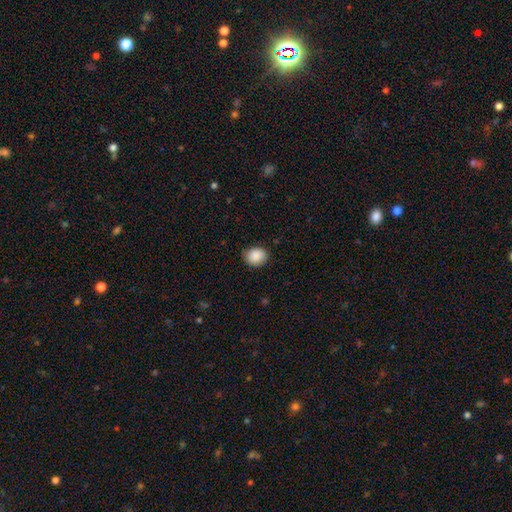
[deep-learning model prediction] Smooth or featured? smooth (89%)
How rounded? round (67%)
Merging? none (83%)